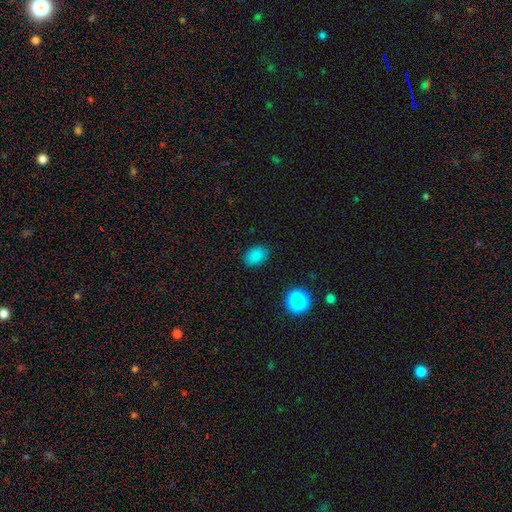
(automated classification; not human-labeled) This appears to be a smooth galaxy with no disk features (83%) that is in between round and cigar-shaped (79%). Merging: none (86%).